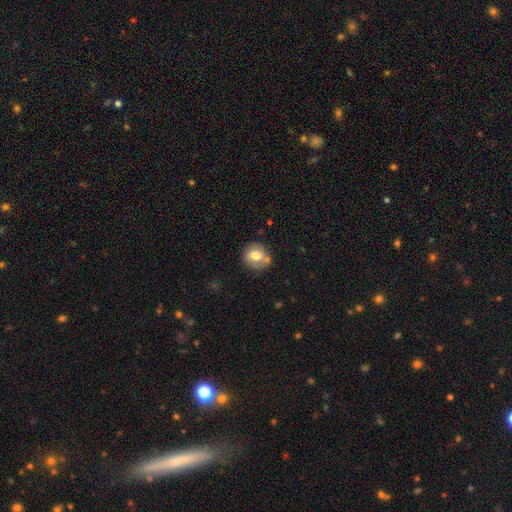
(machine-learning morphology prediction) This appears to be a smooth galaxy with no disk features (64%) that is round (71%). Merging: none (65%).